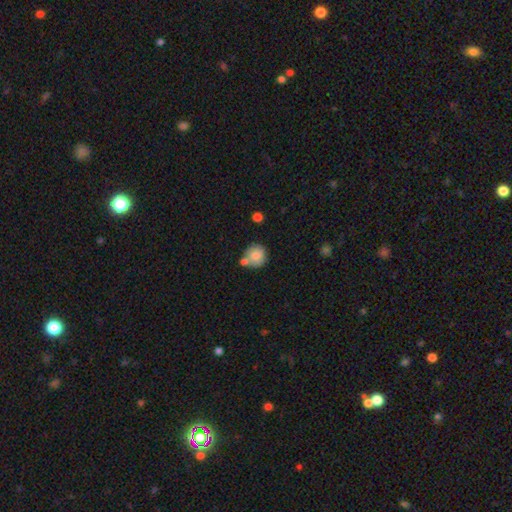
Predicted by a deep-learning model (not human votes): Smooth or featured?
  - smooth: 79% *
  - featured or disk: 13%
  - star or artifact: 8%
How rounded?
  - round: 89% *
  - in between: 10%
  - cigar-shaped: 1%
Merging?
  - none: 57% *
  - merger: 26%
  - minor disturbance: 13%
  - major disturbance: 4%